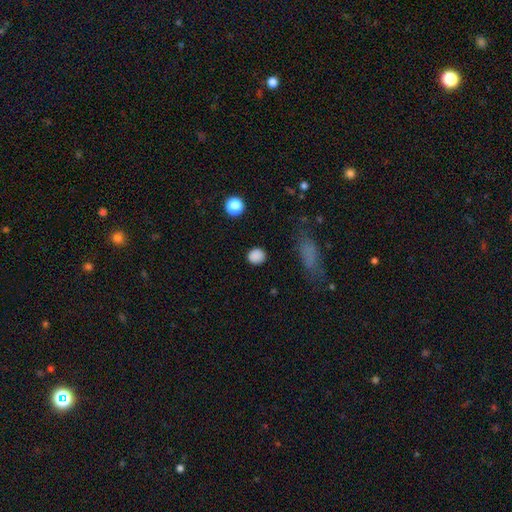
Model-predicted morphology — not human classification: This is clearly a smooth galaxy (86%). How rounded: clearly round (82%). Merging: clearly none (88%).